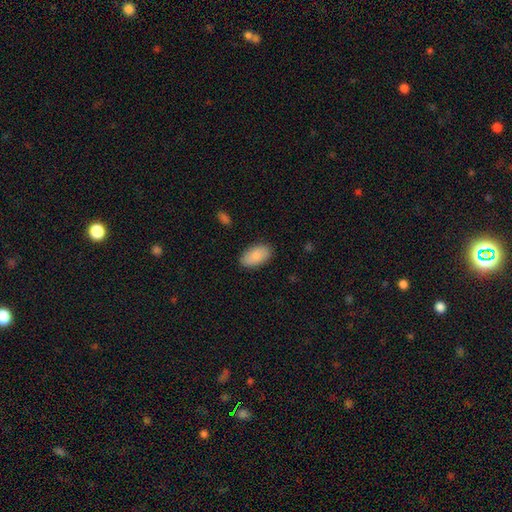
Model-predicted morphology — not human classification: smooth_or_featured: smooth (p=0.87) [alt: featured or disk p=0.07]
how_rounded: in between (p=0.95) [alt: round p=0.03]
merging: none (p=0.87) [alt: minor disturbance p=0.10]